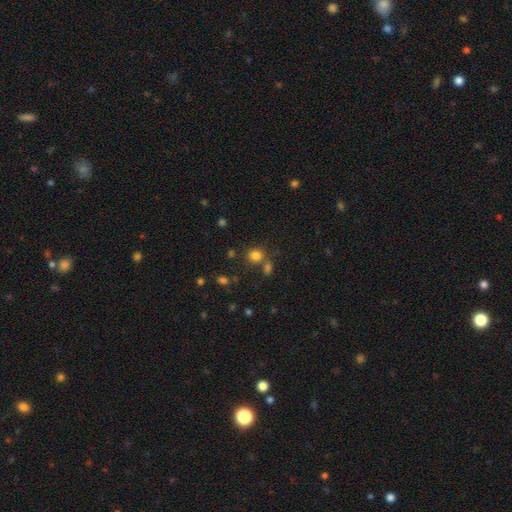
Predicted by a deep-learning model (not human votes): Smooth or featured? smooth (79%)
How rounded? round (83%)
Merging? none (68%)